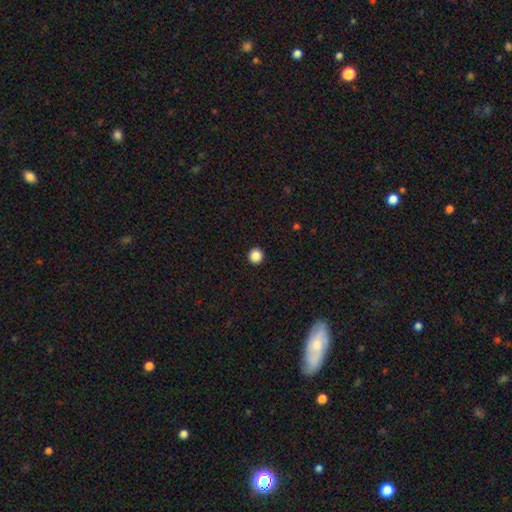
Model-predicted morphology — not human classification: The model was most divided on "smooth or featured": smooth: 87%, star or artifact: 10%, featured or disk: 3%. More confident: how rounded — round (96%); merging — none (94%).